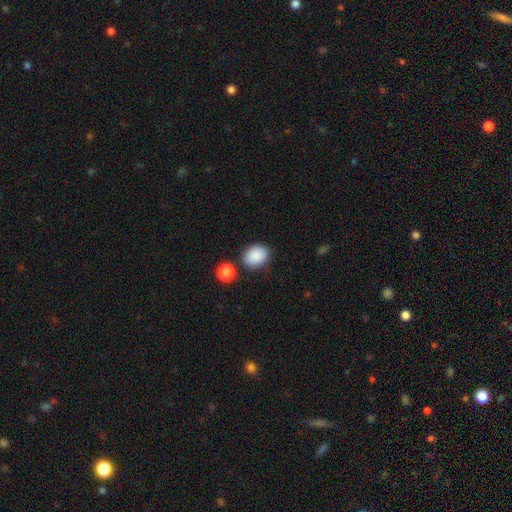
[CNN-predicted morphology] This appears to be a smooth galaxy with no disk features (88%) that is in between round and cigar-shaped (51%). Merging: none (77%).